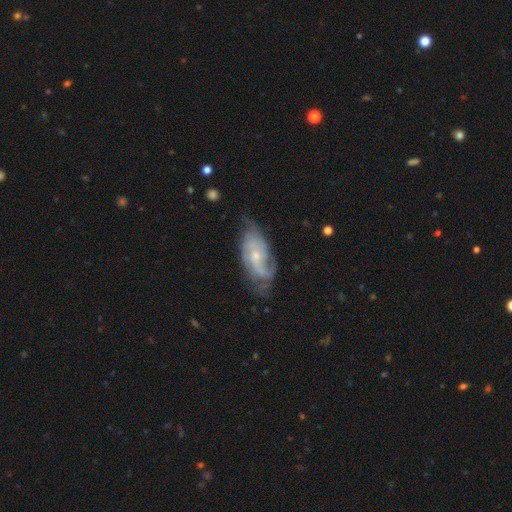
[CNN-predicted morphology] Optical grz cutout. It shows a featured or disk galaxy (75%) with no bar (67%), 2 (43%) medium (41%) spiral arms (89%) and a small central bulge (62%). Merging: none (60%).